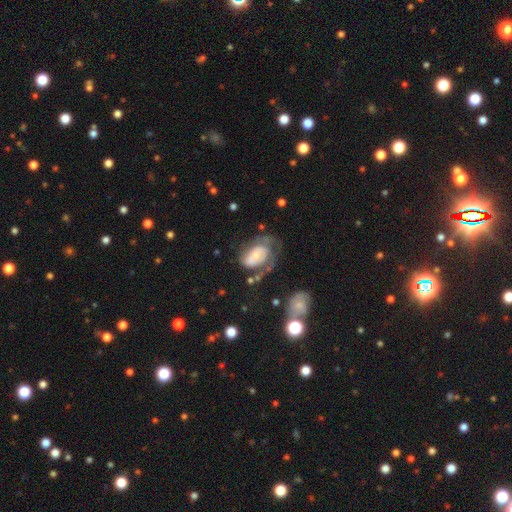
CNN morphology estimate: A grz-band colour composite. It shows a featured or disk galaxy (70%) with no bar (66%), 2 (37%) tight (45%) spiral arms (80%) and a small central bulge (51%). Merging: major disturbance (37%).